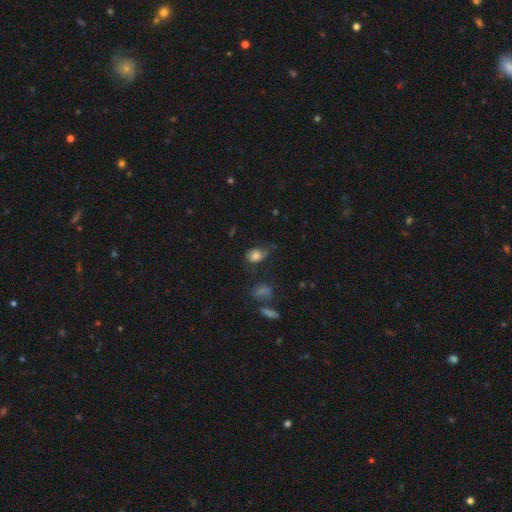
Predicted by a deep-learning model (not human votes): This appears to be a smooth galaxy with no disk features (69%) that is in between round and cigar-shaped (71%). Merging: none (36%).